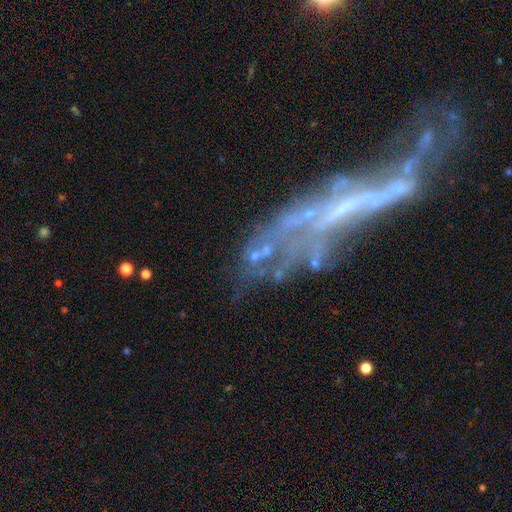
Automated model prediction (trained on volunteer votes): featured or disk 53%, star or artifact 26%, smooth 21%. Down the decision tree: edge-on disk — no (94%); merging — none (34%).